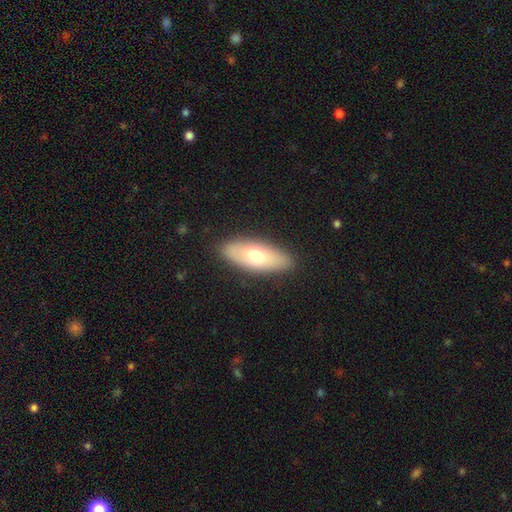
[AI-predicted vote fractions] Q: Smooth or featured?
A: smooth (65%); runner-up: featured or disk (29%)
Q: How rounded?
A: in between (78%); runner-up: cigar-shaped (19%)
Q: Merging?
A: none (87%); runner-up: minor disturbance (9%)